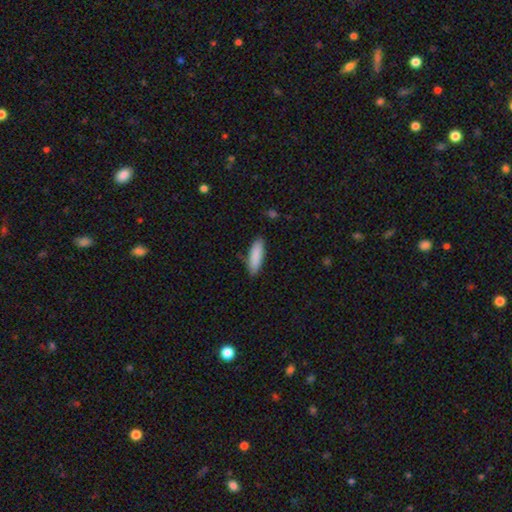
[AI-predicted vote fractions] Q: Smooth or featured?
A: smooth (88%); runner-up: featured or disk (6%)
Q: How rounded?
A: in between (52%); runner-up: cigar-shaped (47%)
Q: Merging?
A: none (83%); runner-up: minor disturbance (13%)